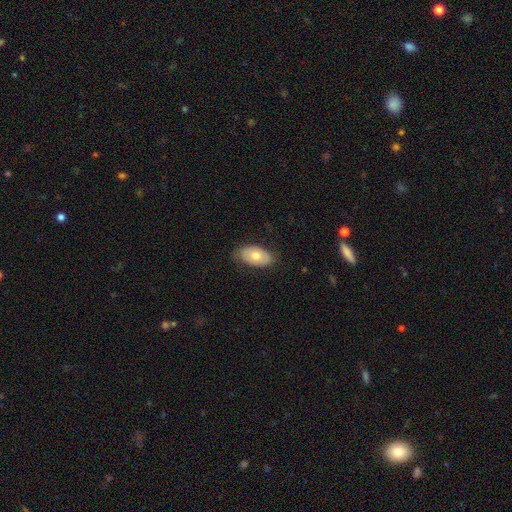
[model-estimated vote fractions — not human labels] Smooth or featured?
  - smooth: 66% *
  - featured or disk: 28%
  - star or artifact: 6%
How rounded?
  - in between: 93% *
  - round: 5%
  - cigar-shaped: 1%
Merging?
  - none: 80% *
  - minor disturbance: 16%
  - major disturbance: 3%
  - merger: 1%